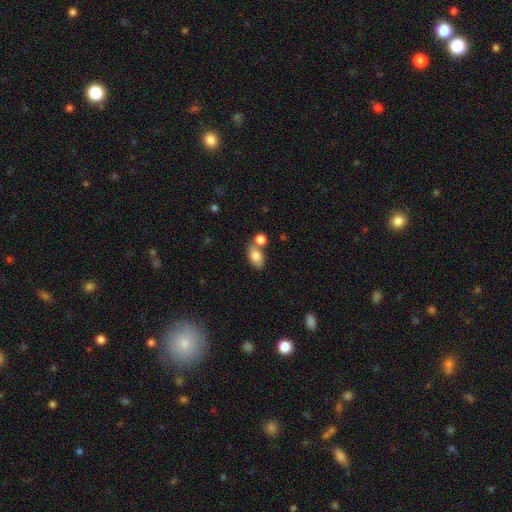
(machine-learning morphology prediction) smooth 79%, featured or disk 13%, star or artifact 8%. Down the decision tree: how rounded — in between (86%); merging — none (49%).